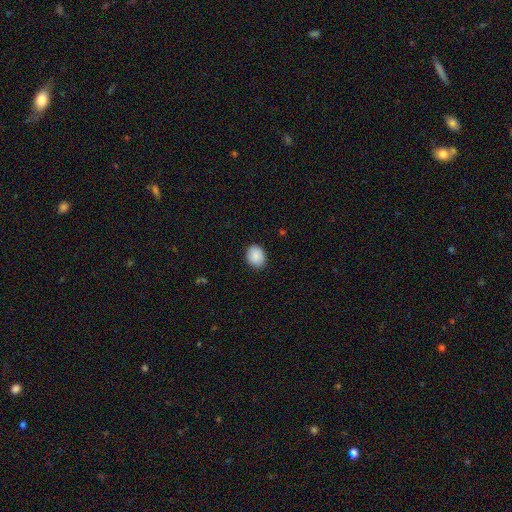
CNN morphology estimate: Q: Smooth or featured?
A: smooth (88%); runner-up: star or artifact (7%)
Q: How rounded?
A: round (51%); runner-up: in between (48%)
Q: Merging?
A: none (88%); runner-up: minor disturbance (9%)